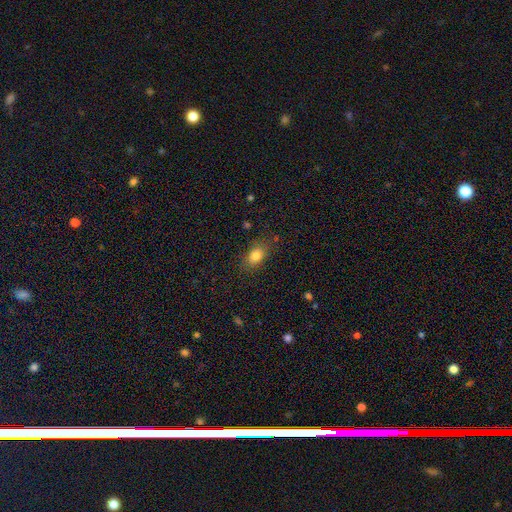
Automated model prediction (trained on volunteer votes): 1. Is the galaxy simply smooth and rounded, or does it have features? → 82% smooth, 10% star or artifact, 8% featured or disk.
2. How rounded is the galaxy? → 77% in between, 19% round, 3% cigar-shaped.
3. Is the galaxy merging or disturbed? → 78% none, 15% minor disturbance, 5% major disturbance, 2% merger.